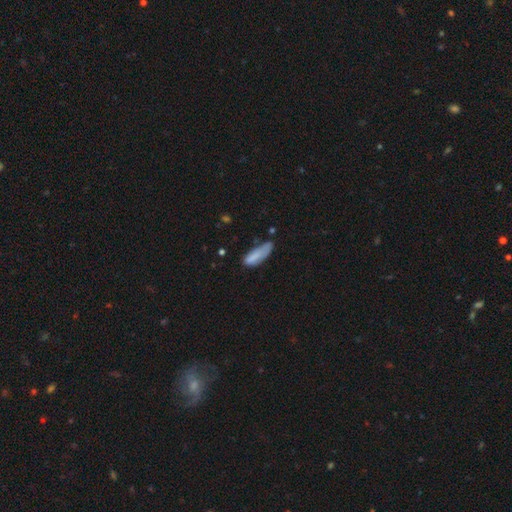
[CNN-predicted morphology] Q: Smooth or featured?
A: smooth (78%); runner-up: featured or disk (14%)
Q: How rounded?
A: in between (53%); runner-up: cigar-shaped (45%)
Q: Merging?
A: none (40%); runner-up: minor disturbance (37%)